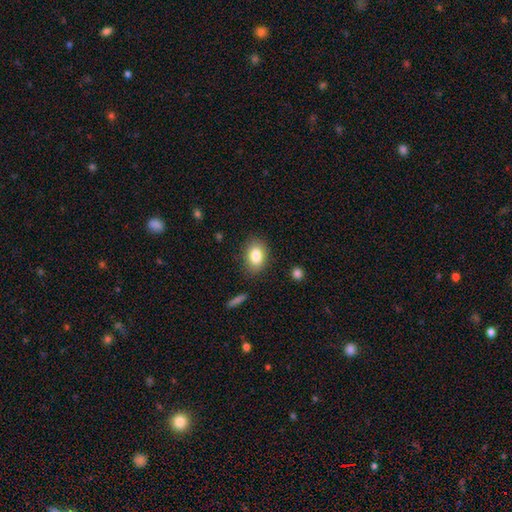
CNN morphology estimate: This appears to be a smooth galaxy with no disk features (83%) that is in between round and cigar-shaped (80%). Merging: none (83%).